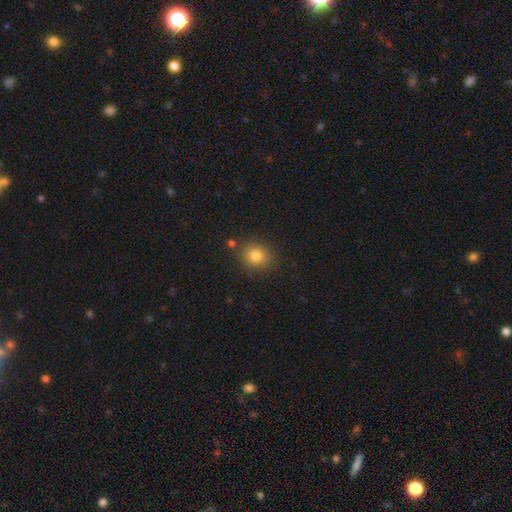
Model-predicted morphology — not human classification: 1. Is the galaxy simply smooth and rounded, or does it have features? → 81% smooth, 12% star or artifact, 7% featured or disk.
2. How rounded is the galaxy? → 76% round, 23% in between, 1% cigar-shaped.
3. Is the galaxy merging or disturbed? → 84% none, 9% minor disturbance, 4% merger, 3% major disturbance.